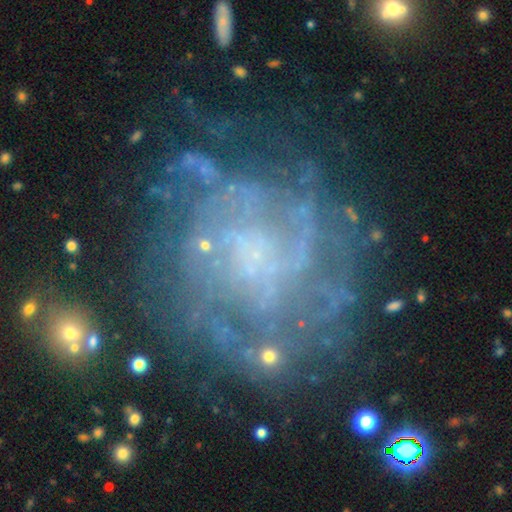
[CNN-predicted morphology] Q: Smooth or featured?
A: featured or disk (78%); runner-up: star or artifact (11%)
Q: Edge-on disk?
A: no (98%); runner-up: yes (2%)
Q: Bar?
A: no (72%); runner-up: weak (22%)
Q: Spiral arms?
A: yes (76%); runner-up: no (24%)
Q: Spiral winding?
A: tight (52%); runner-up: medium (32%)
Q: Spiral arm count?
A: can't tell (51%); runner-up: 3 (12%)
Q: Bulge size?
A: none (52%); runner-up: small (27%)
Q: Merging?
A: none (62%); runner-up: minor disturbance (18%)